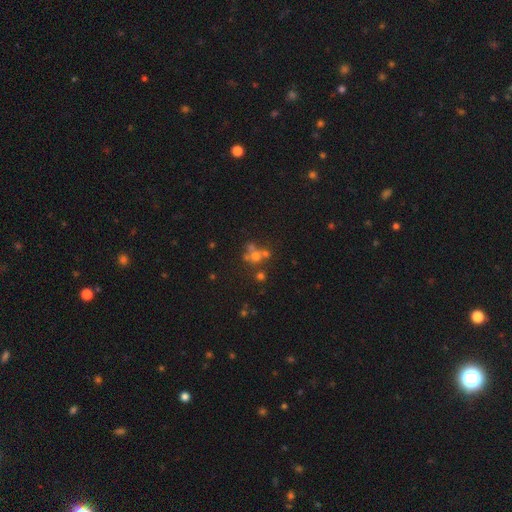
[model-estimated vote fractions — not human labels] smooth_or_featured: smooth (p=0.48) [alt: star or artifact p=0.27]
merging: none (p=0.47) [alt: merger p=0.37]